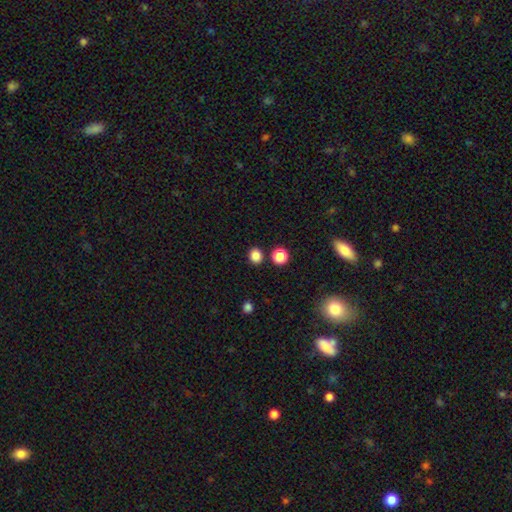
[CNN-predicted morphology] This is clearly a smooth galaxy (84%). How rounded: likely round (73%). Merging: clearly none (86%).